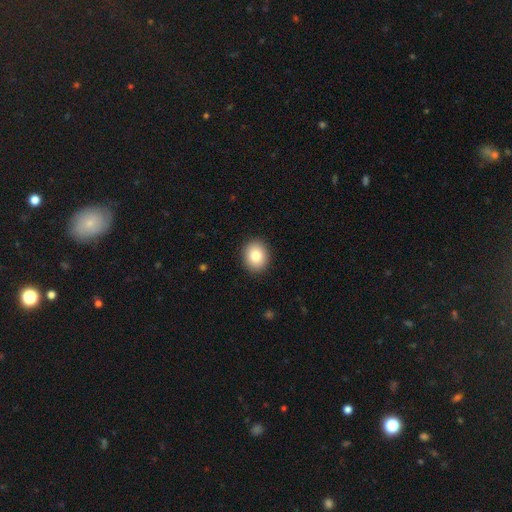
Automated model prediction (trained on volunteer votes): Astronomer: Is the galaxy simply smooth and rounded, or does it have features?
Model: smooth — 83%.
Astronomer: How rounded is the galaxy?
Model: round — 61% (runner-up: in between, 38%).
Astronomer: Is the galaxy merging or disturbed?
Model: none — 91%.